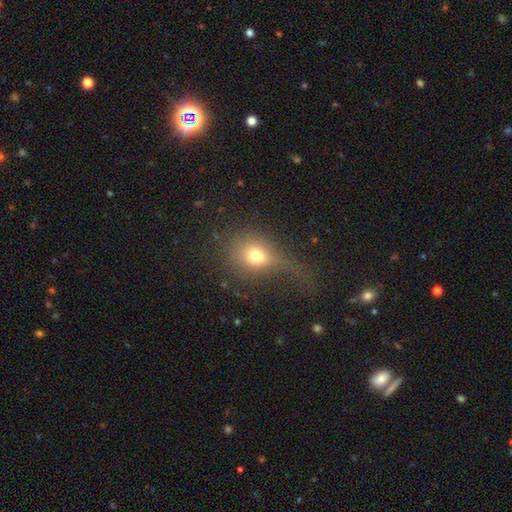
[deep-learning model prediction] This appears to be a smooth galaxy with no disk features (64%) that is round (54%). Merging: major disturbance (33%).